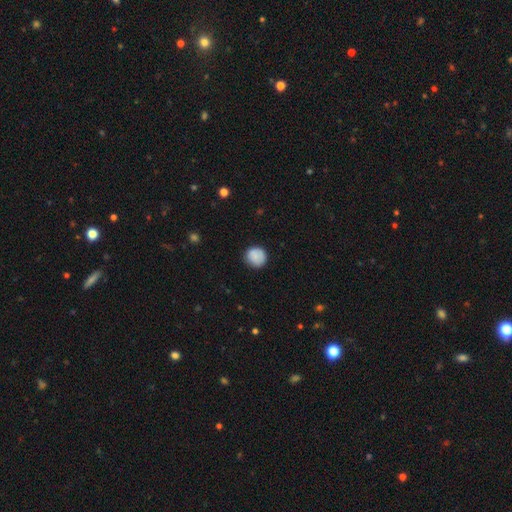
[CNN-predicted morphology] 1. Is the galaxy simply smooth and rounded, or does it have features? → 85% smooth, 8% star or artifact, 7% featured or disk.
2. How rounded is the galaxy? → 91% round, 9% in between, 1% cigar-shaped.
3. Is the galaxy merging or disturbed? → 83% none, 13% minor disturbance, 3% major disturbance, 1% merger.